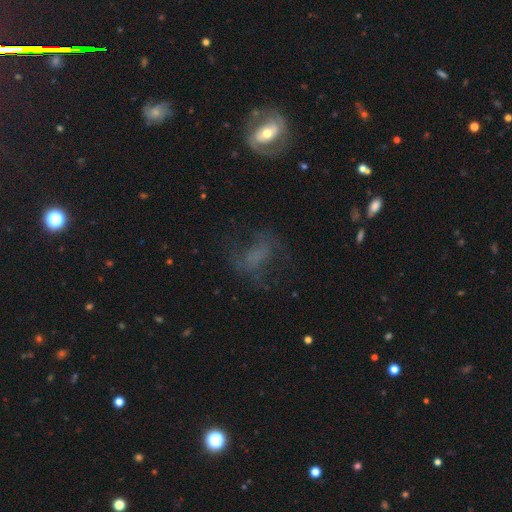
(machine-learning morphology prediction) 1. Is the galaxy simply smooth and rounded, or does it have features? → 44% featured or disk, 35% smooth, 21% star or artifact.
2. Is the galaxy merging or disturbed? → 50% none, 29% major disturbance, 18% minor disturbance, 3% merger.